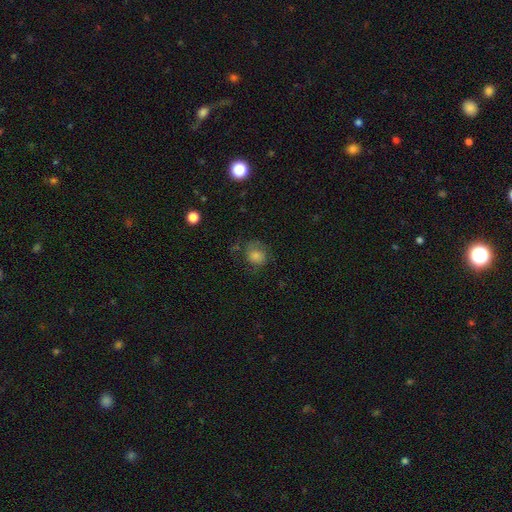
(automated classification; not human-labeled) This is possibly a smooth galaxy (56%). How rounded: likely round (71%). Merging: likely none (60%).